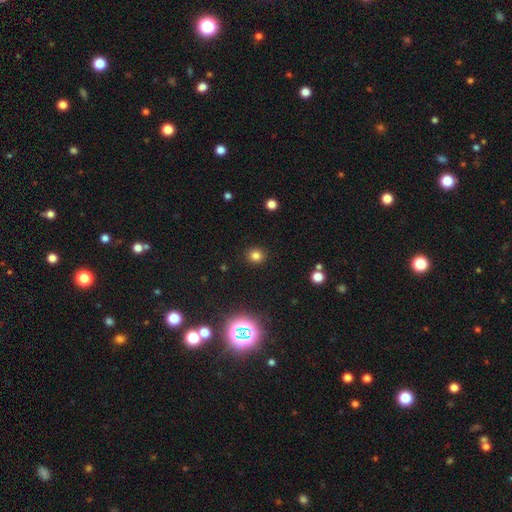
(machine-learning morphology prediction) smooth-or-featured: smooth: 79% | star or artifact: 16% | featured or disk: 5%
  how-rounded: round: 86% | in between: 13% | cigar-shaped: 1%
  merging: none: 91% | minor disturbance: 6% | major disturbance: 2% | merger: 1%